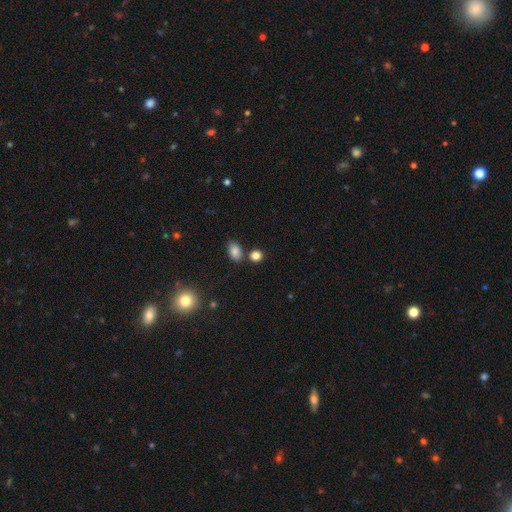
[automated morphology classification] Smooth or featured?
  - smooth: 83% *
  - star or artifact: 12%
  - featured or disk: 5%
How rounded?
  - round: 62% *
  - in between: 36%
  - cigar-shaped: 2%
Merging?
  - none: 71% *
  - merger: 15%
  - minor disturbance: 10%
  - major disturbance: 3%